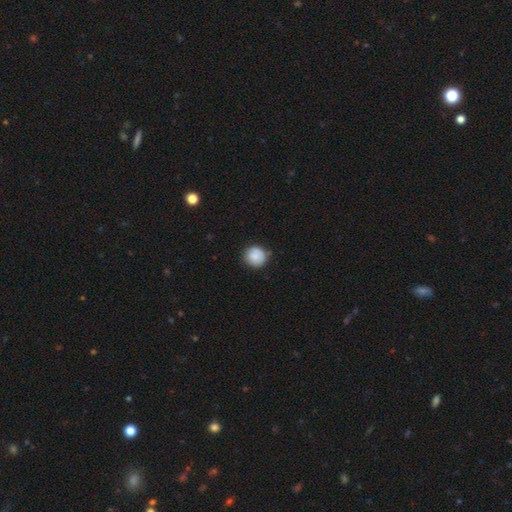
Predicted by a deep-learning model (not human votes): smooth 85%, star or artifact 8%, featured or disk 7%. Down the decision tree: how rounded — round (91%); merging — none (80%).